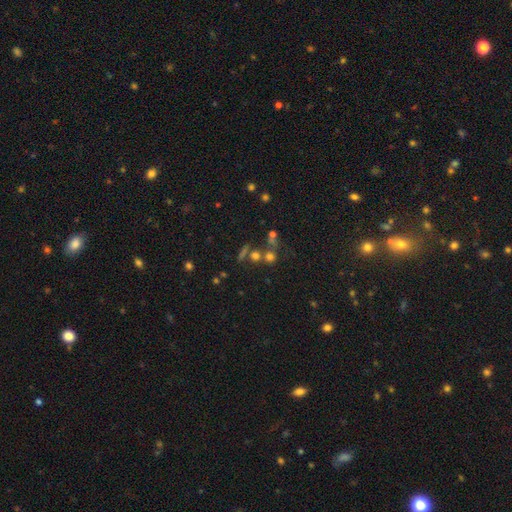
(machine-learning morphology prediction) Smooth or featured? Predicted: smooth (p=0.54). How rounded? Predicted: round (p=0.84). Merging? Predicted: none (p=0.56).